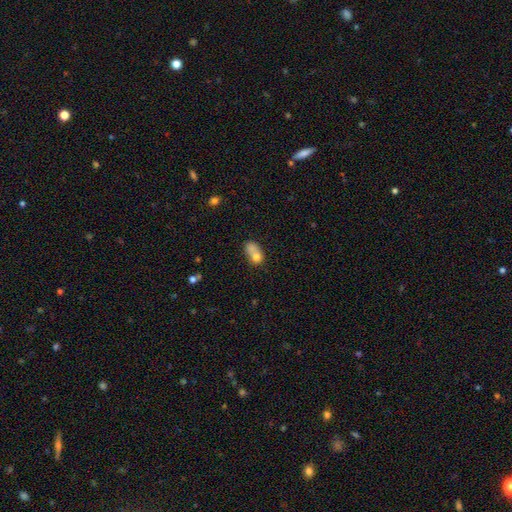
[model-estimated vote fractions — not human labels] Morphology: type=smooth (71%); roundness=in between (68%); merging=merger (46%).